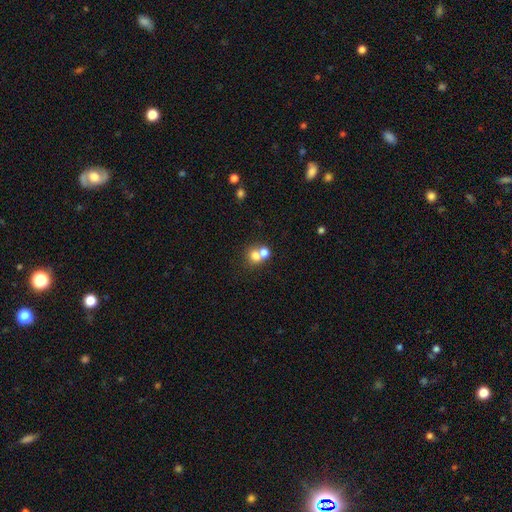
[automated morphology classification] Overall: smooth (72%). How rounded: round (70%). Merging: merger (54%; none 36%).